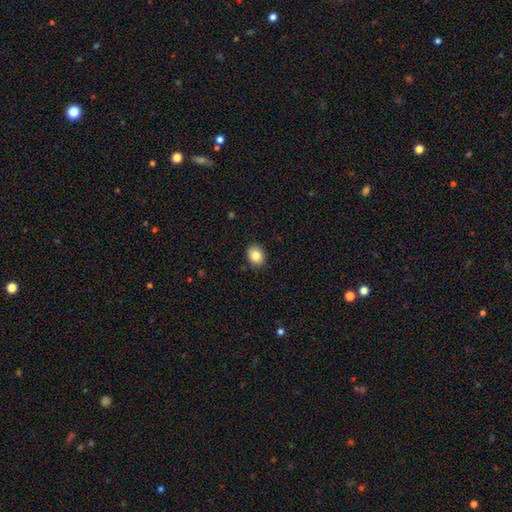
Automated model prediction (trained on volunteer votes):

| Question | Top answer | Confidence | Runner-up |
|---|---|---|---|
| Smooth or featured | smooth | 83% | star or artifact (9%) |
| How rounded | round | 59% | in between (40%) |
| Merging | none | 89% | minor disturbance (8%) |